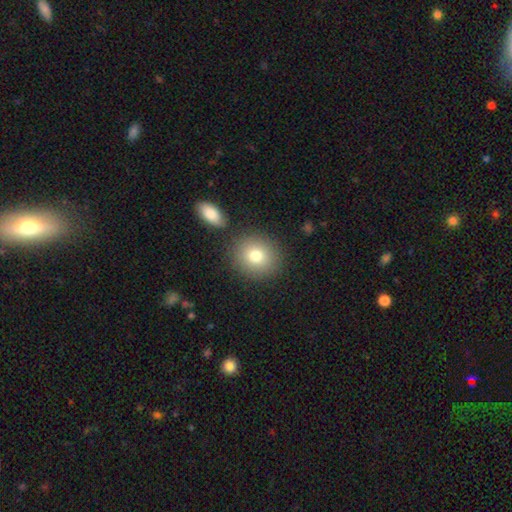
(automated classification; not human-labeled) Overall: smooth (79%). How rounded: round (84%). Merging: none (83%).